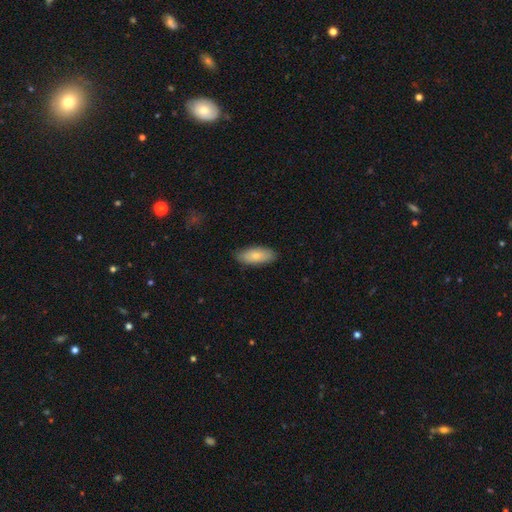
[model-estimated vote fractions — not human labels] Smooth or featured?
  - smooth: 80% *
  - featured or disk: 14%
  - star or artifact: 6%
How rounded?
  - in between: 82% *
  - cigar-shaped: 16%
  - round: 2%
Merging?
  - none: 86% *
  - minor disturbance: 11%
  - major disturbance: 2%
  - merger: 1%